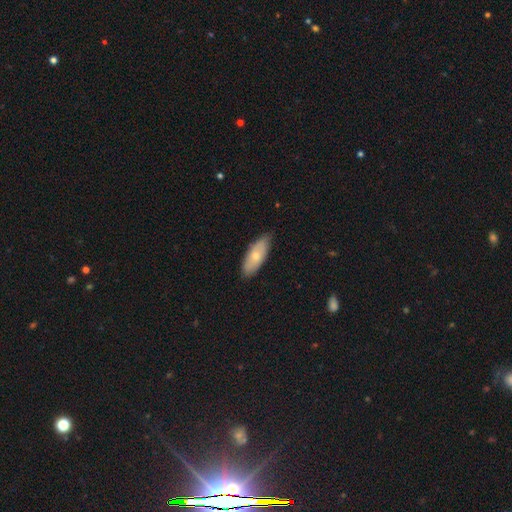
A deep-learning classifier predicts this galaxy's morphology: This appears to be a smooth galaxy with no disk features (66%) that is in between round and cigar-shaped (78%). Merging: none (81%).